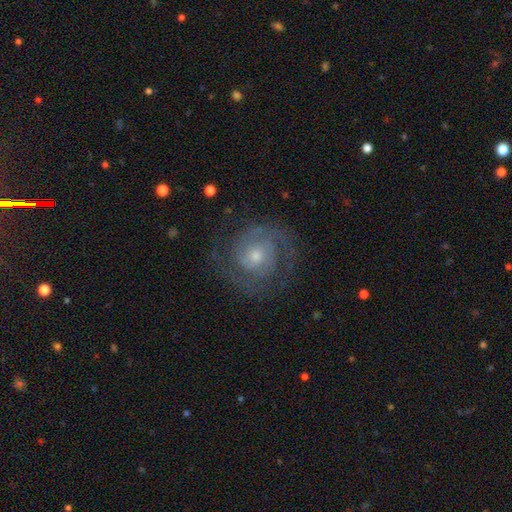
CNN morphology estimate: Smooth or featured? Predicted: featured or disk (p=0.86). Edge-on disk? Predicted: no (p=0.98). Bar? Predicted: no (p=0.67). Spiral arms? Predicted: yes (p=0.96). Spiral winding? Predicted: tight (p=0.60). Spiral arm count? Predicted: 2 (p=0.74). Bulge size? Predicted: small (p=0.47, tied with moderate). Merging? Predicted: none (p=0.79).